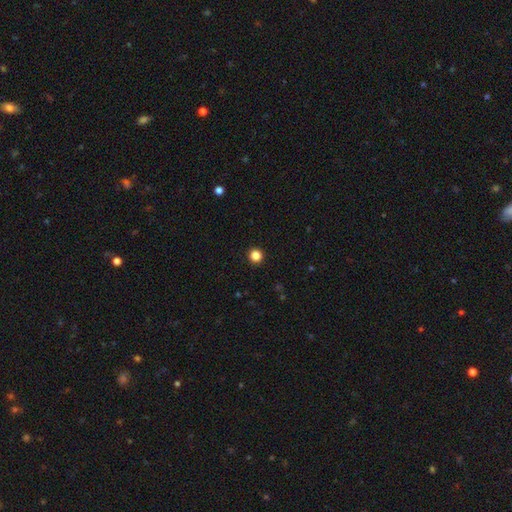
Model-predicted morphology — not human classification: Smooth or featured? smooth (84%)
How rounded? round (95%)
Merging? none (94%)